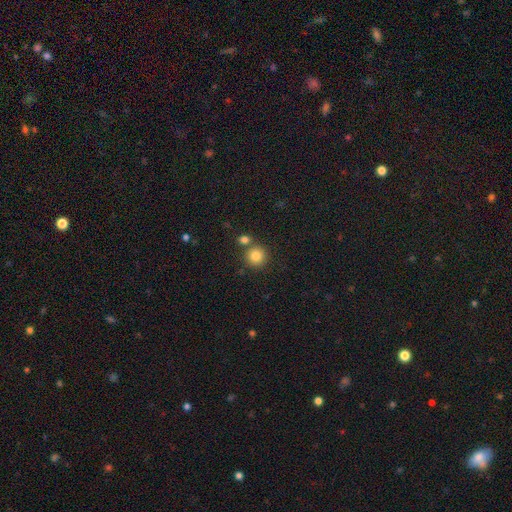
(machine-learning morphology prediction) type=smooth (82%); roundness=round (93%); merging=none (73%).